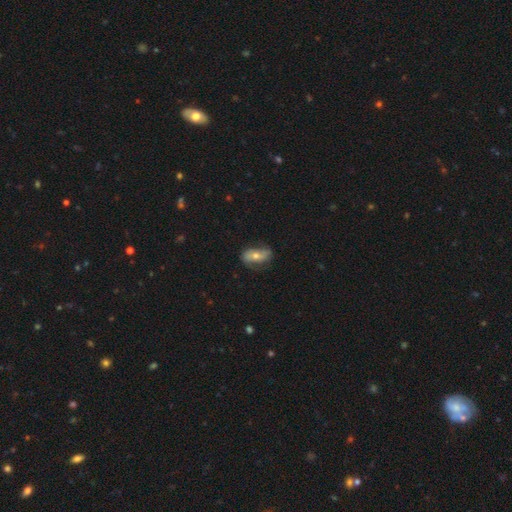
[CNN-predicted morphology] This is possibly a smooth galaxy (47%). Merging: likely none (69%).